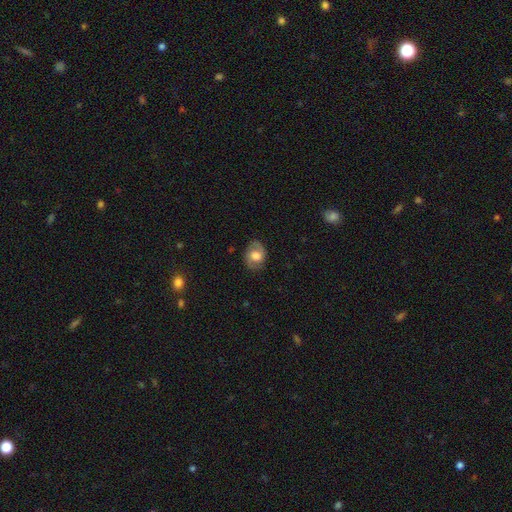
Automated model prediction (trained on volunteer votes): Smooth or featured?
  - featured or disk: 55% *
  - smooth: 38%
  - star or artifact: 8%
Edge-on disk?
  - no: 96% *
  - yes: 4%
Bar?
  - no: 58% *
  - weak: 34%
  - strong: 8%
Spiral arms?
  - yes: 81% *
  - no: 19%
Bulge size?
  - moderate: 44% *
  - large: 41%
  - small: 8%
  - dominant: 4%
  - none: 3%
Merging?
  - none: 79% *
  - minor disturbance: 15%
  - major disturbance: 5%
  - merger: 1%